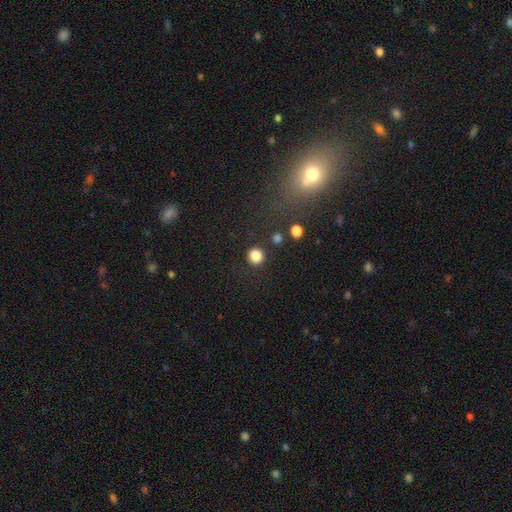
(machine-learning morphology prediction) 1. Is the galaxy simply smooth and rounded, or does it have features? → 85% smooth, 11% star or artifact, 4% featured or disk.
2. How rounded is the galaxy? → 91% round, 8% in between, 1% cigar-shaped.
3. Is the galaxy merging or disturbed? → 88% none, 6% minor disturbance, 3% major disturbance, 3% merger.